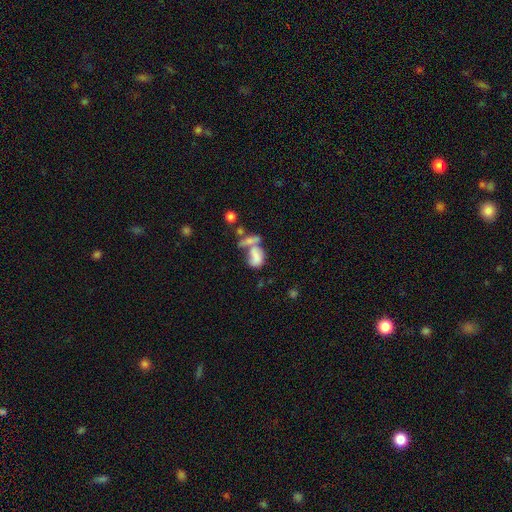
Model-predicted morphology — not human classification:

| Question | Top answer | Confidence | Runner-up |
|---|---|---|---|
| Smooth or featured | smooth | 65% | featured or disk (24%) |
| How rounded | in between | 82% | round (14%) |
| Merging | merger | 54% | none (19%) |